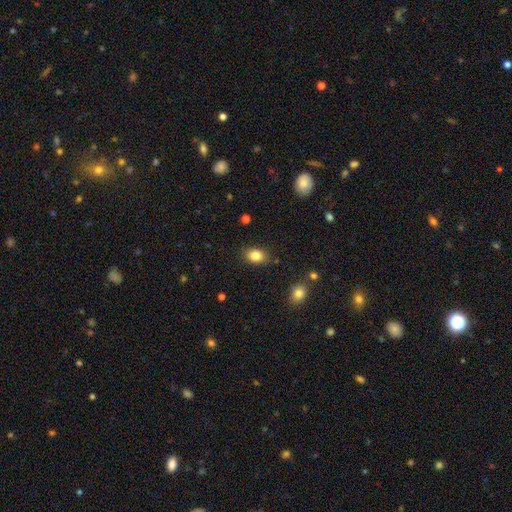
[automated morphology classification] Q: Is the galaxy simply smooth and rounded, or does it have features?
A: smooth — 84%.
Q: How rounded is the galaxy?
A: in between — 68%.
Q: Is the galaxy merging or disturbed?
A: none — 84%.